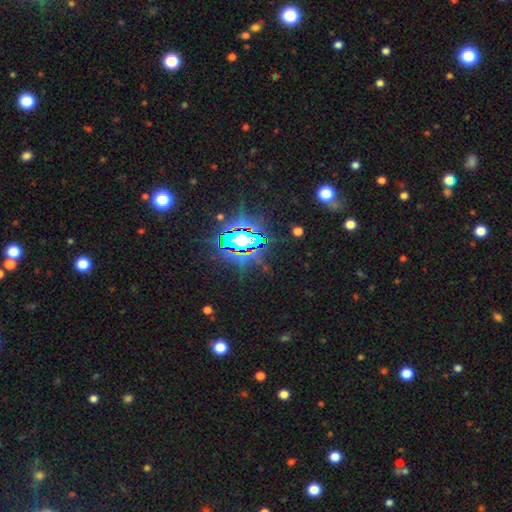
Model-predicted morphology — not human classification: The model was most divided on "smooth or featured": star or artifact: 81%, smooth: 10%, featured or disk: 8%.